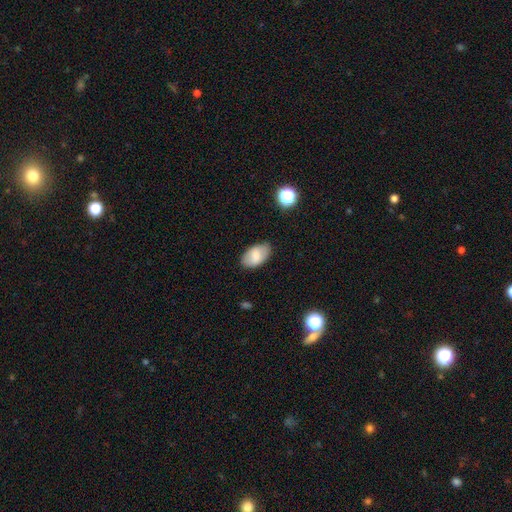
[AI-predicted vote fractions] This appears to be a smooth galaxy with no disk features (74%) that is in between round and cigar-shaped (93%). Merging: none (82%).